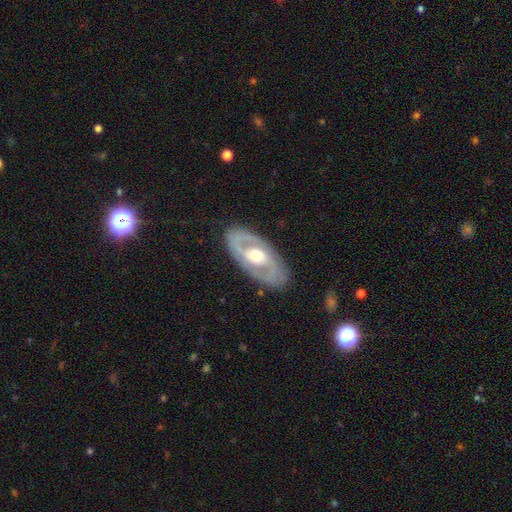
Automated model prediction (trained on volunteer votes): A featured or disk galaxy (83%) with no bar (50%), 2 (87%) medium (46%) spiral arms (83%) and a moderate central bulge (70%). Merging: none (85%).